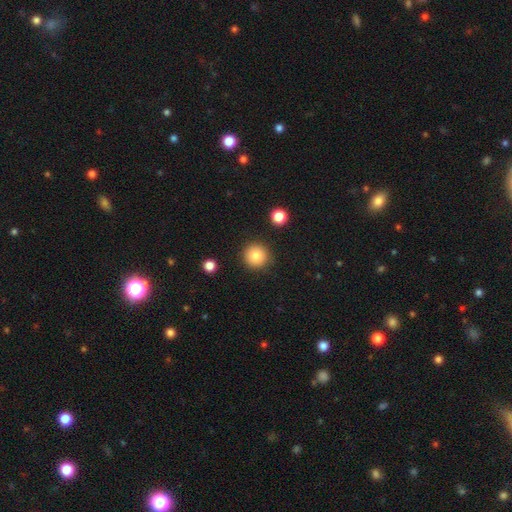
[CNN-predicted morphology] Q: Smooth or featured?
A: smooth (84%); runner-up: star or artifact (10%)
Q: How rounded?
A: round (95%); runner-up: in between (4%)
Q: Merging?
A: none (90%); runner-up: minor disturbance (7%)